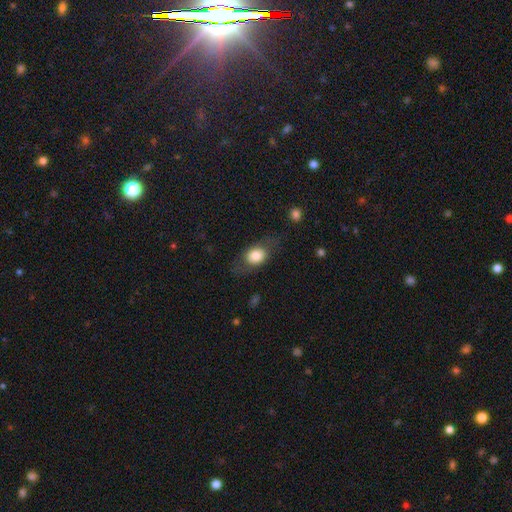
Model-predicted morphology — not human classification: Smooth or featured: smooth — 72% (featured or disk — 21%)
How rounded: in between — 63% (round — 33%)
Merging: none — 69% (minor disturbance — 18%)